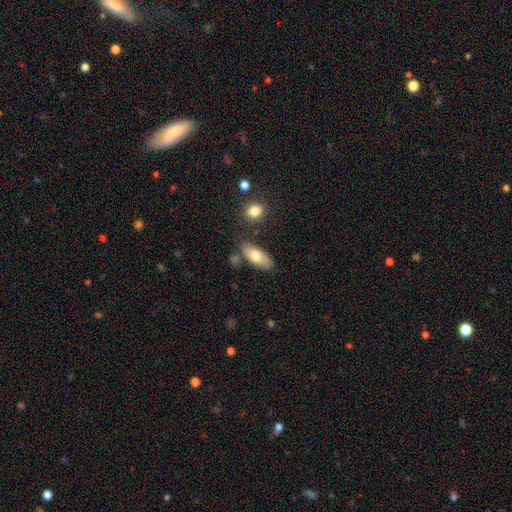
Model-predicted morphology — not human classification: Smooth or featured? smooth (72%)
How rounded? in between (82%)
Merging? none (75%)